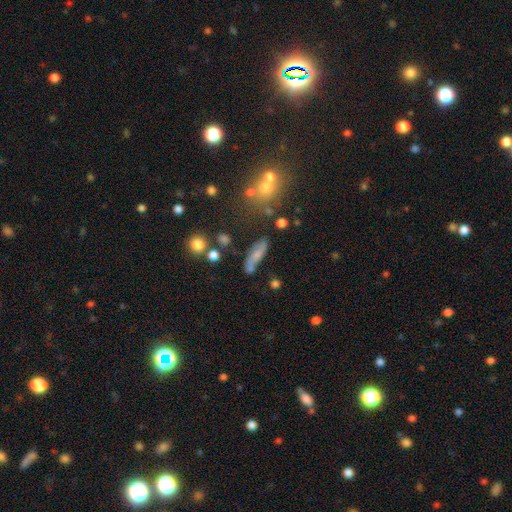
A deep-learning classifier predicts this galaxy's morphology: smooth 50%, featured or disk 38%, star or artifact 12%. Down the decision tree: how rounded — cigar-shaped (46%, tied with in between); merging — none (60%).